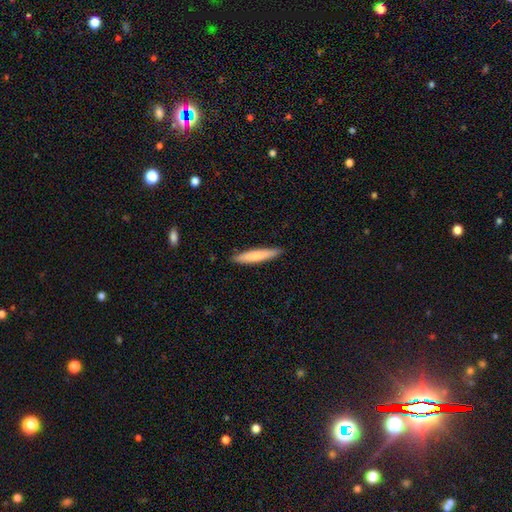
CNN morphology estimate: Overall: smooth (77%). How rounded: cigar-shaped (91%). Merging: none (88%).